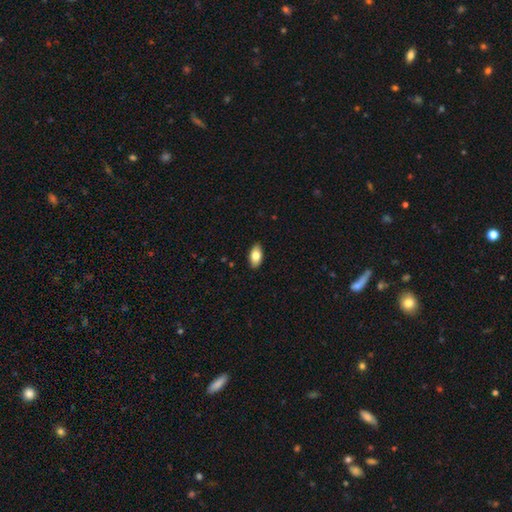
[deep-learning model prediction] Smooth or featured? smooth (81%)
How rounded? in between (93%)
Merging? none (89%)